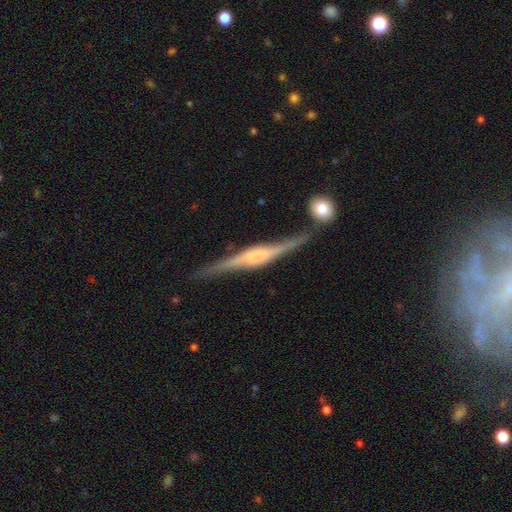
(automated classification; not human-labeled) This is clearly a featured or disk galaxy (84%). It is clearly viewed edge-on (97%). Edge-on bulge: possibly rounded (46%, tied with boxy). Merging: likely none (77%).